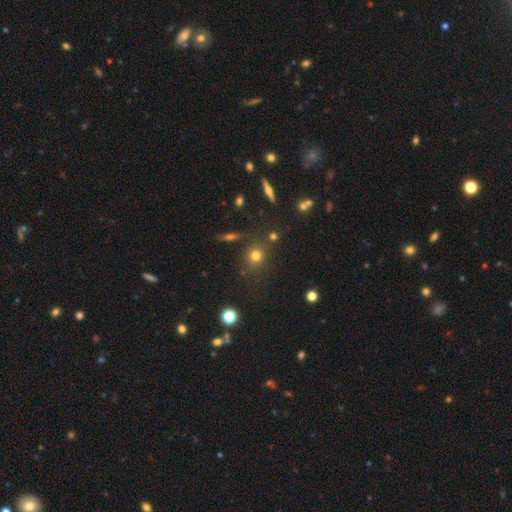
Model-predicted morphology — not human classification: Overall: smooth (73%). How rounded: round (82%). Merging: none (77%).